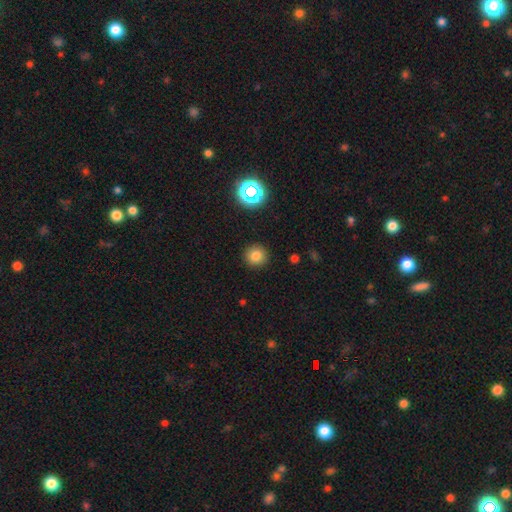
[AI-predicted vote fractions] A smooth galaxy with no disk features (78%) that is round (94%).

Vote fractions:
- Smooth or featured? smooth: 78% / star or artifact: 15% / featured or disk: 6%
- How rounded? round: 94% / in between: 5% / cigar-shaped: 1%
- Merging? none: 91% / minor disturbance: 6% / major disturbance: 2% / merger: 1%